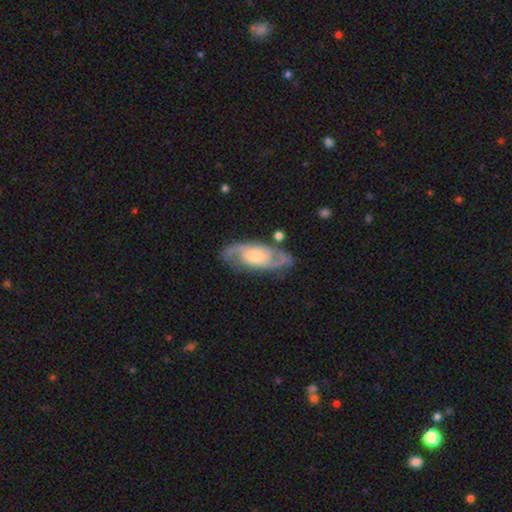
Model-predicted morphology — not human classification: smooth-or-featured: featured or disk: 85% | smooth: 10% | star or artifact: 5%
  disk-edge-on: no: 94% | yes: 6%
    bar: no: 55% | weak: 37% | strong: 8%
    has-spiral-arms: yes: 96% | no: 4%
      spiral-winding: medium: 53% | tight: 25% | loose: 22%
      spiral-arm-count: 2: 88% | can't tell: 5% | 3: 3% | 1: 2% | 4: 1% | more than 4: 1%
    bulge-size: moderate: 49% | large: 22% | small: 21% | none: 6% | dominant: 2%
  merging: none: 75% | minor disturbance: 15% | major disturbance: 6% | merger: 3%